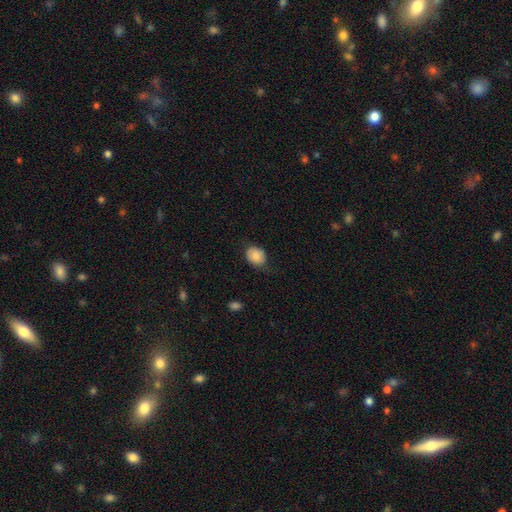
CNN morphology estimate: Smooth or featured?
  - smooth: 83% *
  - featured or disk: 10%
  - star or artifact: 7%
How rounded?
  - in between: 58% *
  - round: 41%
  - cigar-shaped: 1%
Merging?
  - none: 69% *
  - minor disturbance: 24%
  - major disturbance: 5%
  - merger: 1%